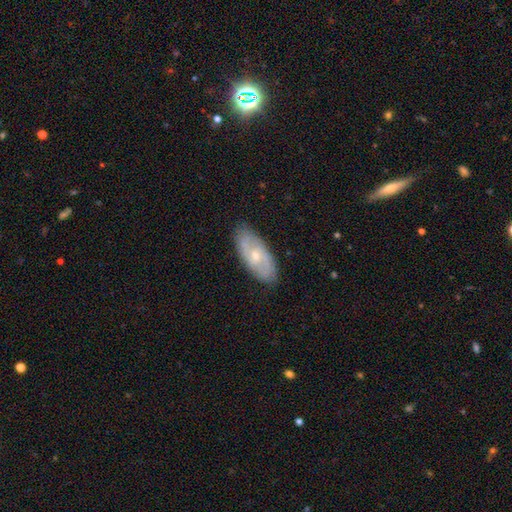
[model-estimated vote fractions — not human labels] This appears to be a featured or disk galaxy (59%) with no bar (66%), spiral arms (72%) and a small central bulge (57%). Merging: none (82%).